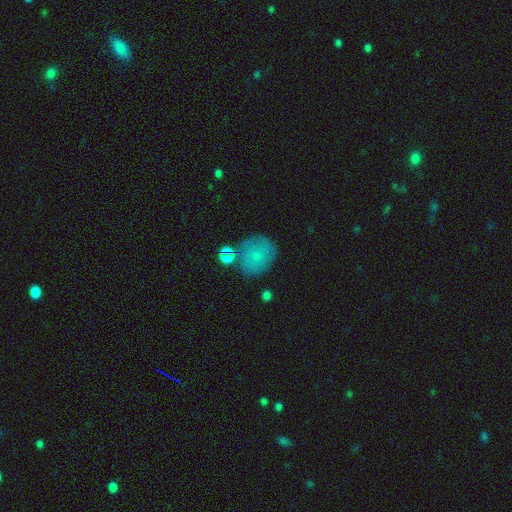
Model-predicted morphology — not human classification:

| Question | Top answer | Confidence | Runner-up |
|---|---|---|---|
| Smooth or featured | smooth | 68% | featured or disk (20%) |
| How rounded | round | 77% | in between (22%) |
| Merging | none | 65% | minor disturbance (18%) |